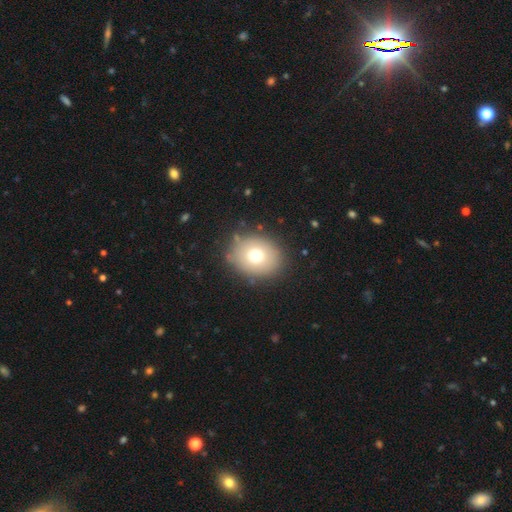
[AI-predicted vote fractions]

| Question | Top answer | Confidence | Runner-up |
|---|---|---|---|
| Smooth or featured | smooth | 71% | featured or disk (16%) |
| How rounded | round | 64% | in between (35%) |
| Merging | none | 85% | minor disturbance (9%) |